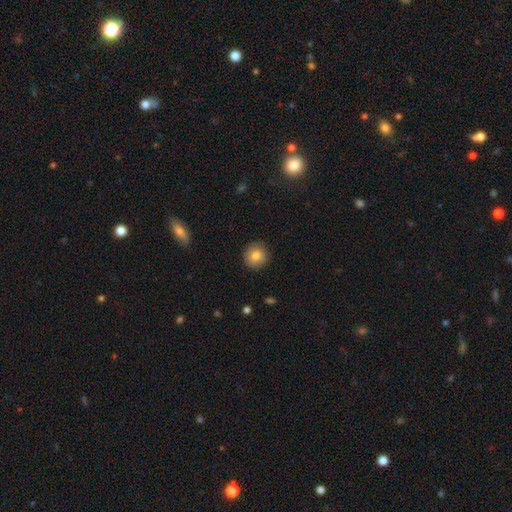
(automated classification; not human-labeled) This is clearly a smooth galaxy (81%). How rounded: clearly round (93%). Merging: clearly none (90%).